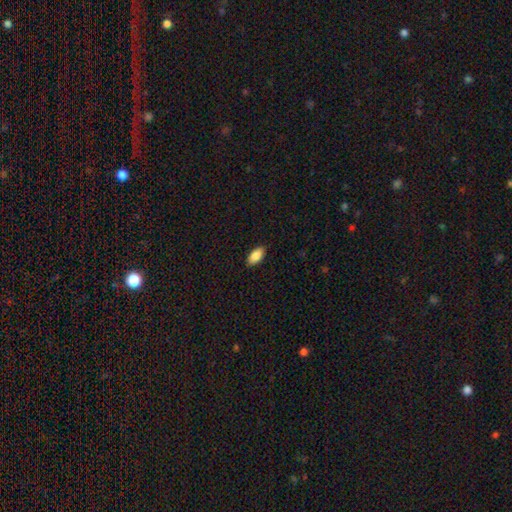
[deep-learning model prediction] Overall: smooth (89%). How rounded: in between (93%). Merging: none (89%).